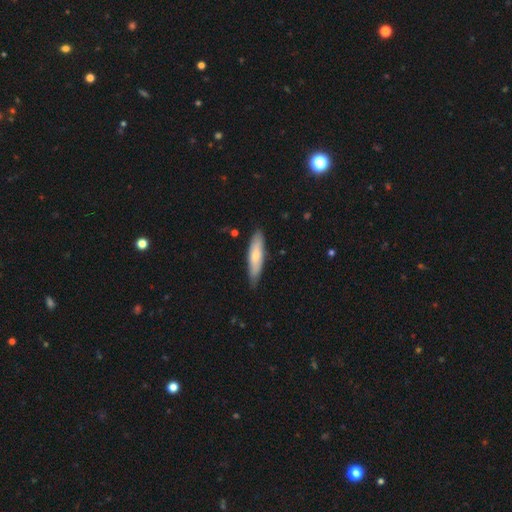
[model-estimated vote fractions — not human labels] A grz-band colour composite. It shows a smooth galaxy with no disk features (66%) that is cigar-shaped (75%). Merging: none (82%).